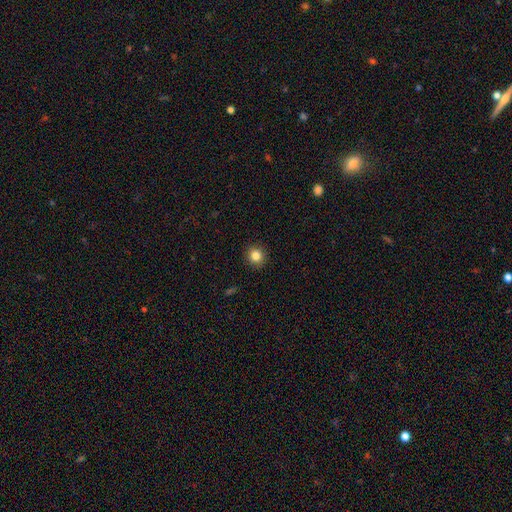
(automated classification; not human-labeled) The model was most divided on "smooth or featured": smooth: 84%, star or artifact: 11%, featured or disk: 5%. More confident: merging — none (92%); how rounded — round (90%).